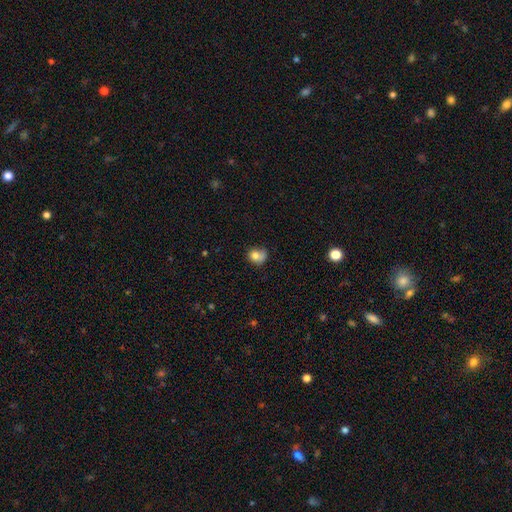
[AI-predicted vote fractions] This appears to be a smooth galaxy with no disk features (75%) that is round (66%). Merging: none (42%).